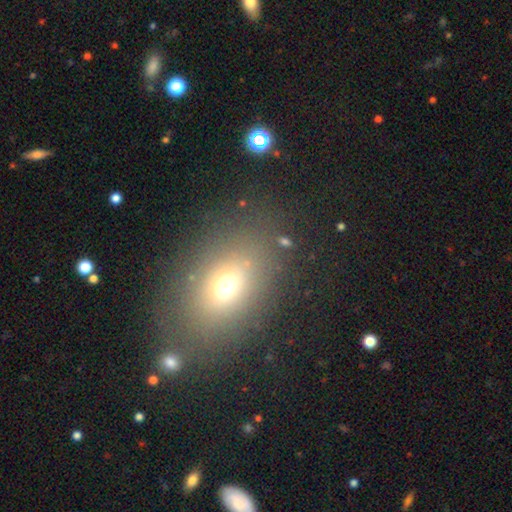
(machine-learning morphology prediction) Smooth or featured? Predicted: smooth (p=0.64). How rounded? Predicted: in between (p=0.72). Merging? Predicted: none (p=0.82).